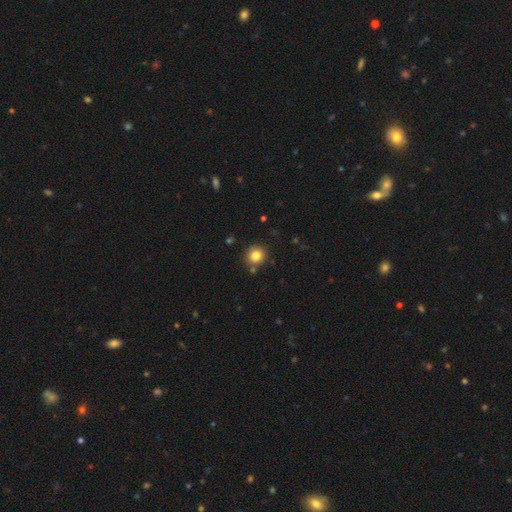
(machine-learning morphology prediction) Smooth or featured? smooth (83%)
How rounded? round (90%)
Merging? none (84%)